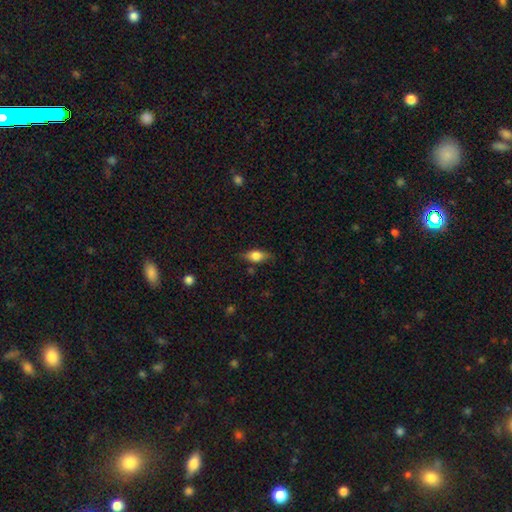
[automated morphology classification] smooth 68%, featured or disk 23%, star or artifact 8%. Down the decision tree: how rounded — in between (79%); merging — none (75%).